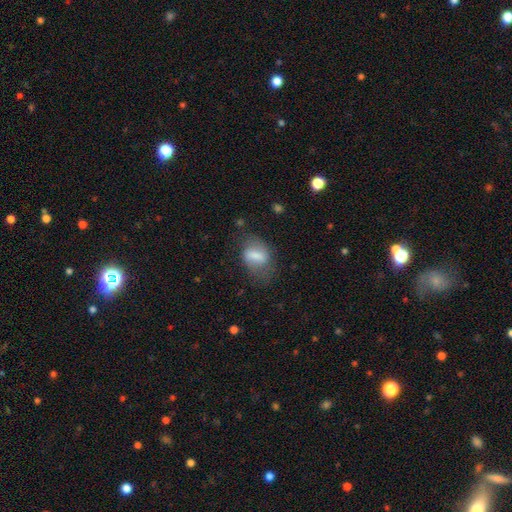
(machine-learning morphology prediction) A smooth galaxy with no disk features (63%) that is in between round and cigar-shaped (78%).

Vote fractions:
- Smooth or featured? smooth: 63% / featured or disk: 28% / star or artifact: 8%
- How rounded? in between: 78% / round: 17% / cigar-shaped: 5%
- Merging? none: 52% / minor disturbance: 27% / major disturbance: 18% / merger: 3%